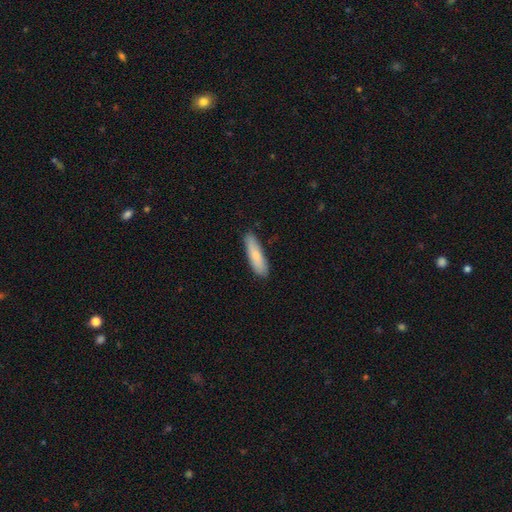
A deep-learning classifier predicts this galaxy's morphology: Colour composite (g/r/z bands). It shows a smooth galaxy with no disk features (78%) that is cigar-shaped (66%). Merging: none (85%).